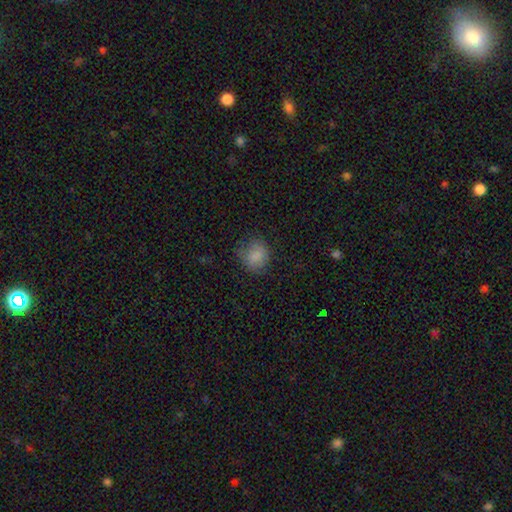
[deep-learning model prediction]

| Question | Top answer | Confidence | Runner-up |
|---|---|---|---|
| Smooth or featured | smooth | 82% | star or artifact (10%) |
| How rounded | round | 74% | in between (25%) |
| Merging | none | 68% | minor disturbance (22%) |